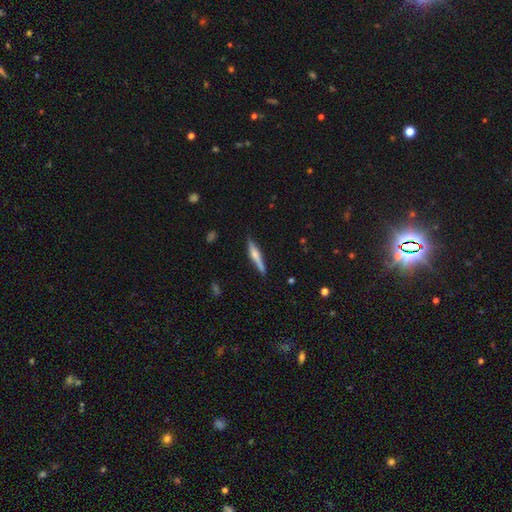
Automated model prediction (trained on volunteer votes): Smooth or featured?
  - featured or disk: 58% *
  - smooth: 36%
  - star or artifact: 6%
Edge-on disk?
  - yes: 97% *
  - no: 3%
Edge-on bulge?
  - rounded: 76% *
  - boxy: 15%
  - none: 9%
Merging?
  - none: 83% *
  - minor disturbance: 12%
  - major disturbance: 2%
  - merger: 2%